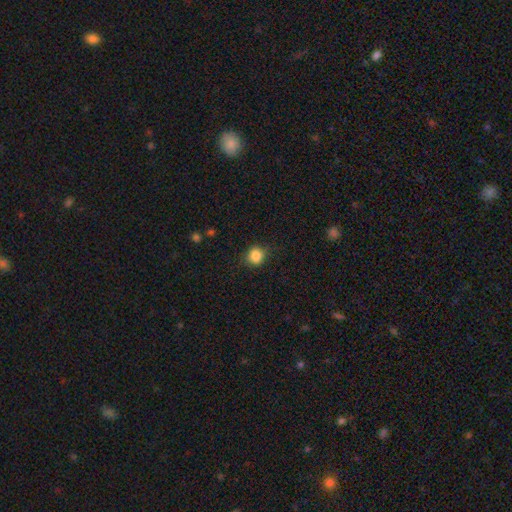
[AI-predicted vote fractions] The model was most divided on "merging": none: 82%, minor disturbance: 14%, major disturbance: 4%, merger: 1%. More confident: smooth or featured — smooth (85%); how rounded — round (84%).